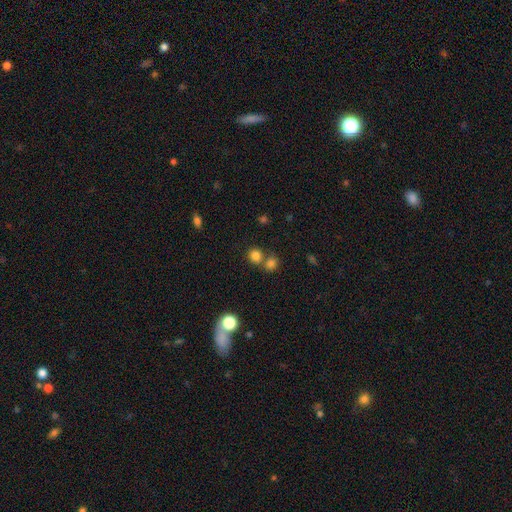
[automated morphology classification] smooth 79%, star or artifact 14%, featured or disk 6%. Down the decision tree: how rounded — round (84%); merging — none (57%).